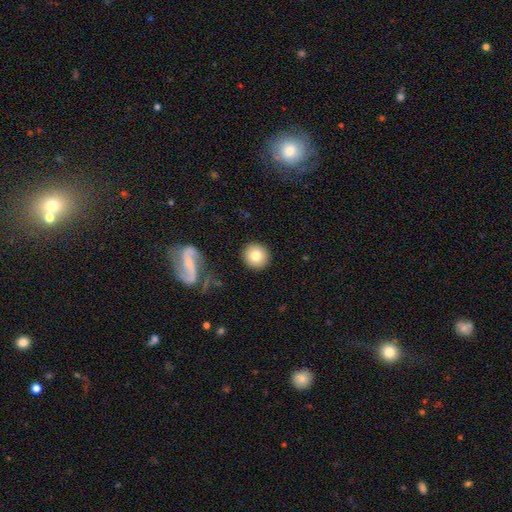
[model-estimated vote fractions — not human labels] smooth-or-featured: smooth: 78% | featured or disk: 14% | star or artifact: 8%
  how-rounded: round: 93% | in between: 6% | cigar-shaped: 1%
  merging: none: 90% | minor disturbance: 6% | major disturbance: 2% | merger: 2%